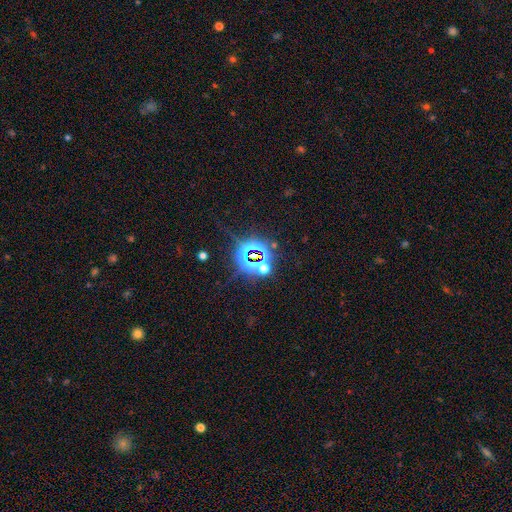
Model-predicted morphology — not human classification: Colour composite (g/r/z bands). It shows a star or artifact, not a galaxy (78%).